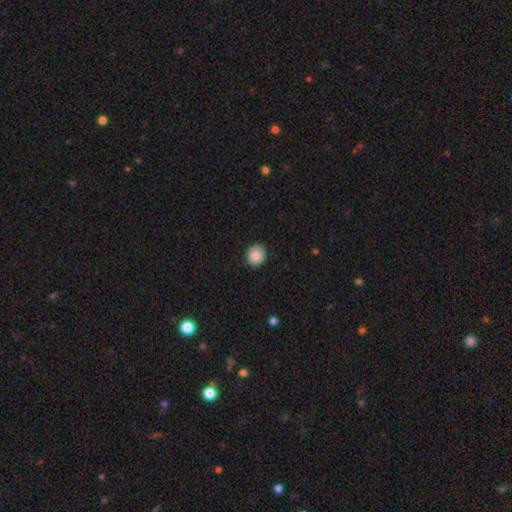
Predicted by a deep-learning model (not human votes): This appears to be a smooth galaxy with no disk features (86%) that is round (83%). Merging: none (82%).